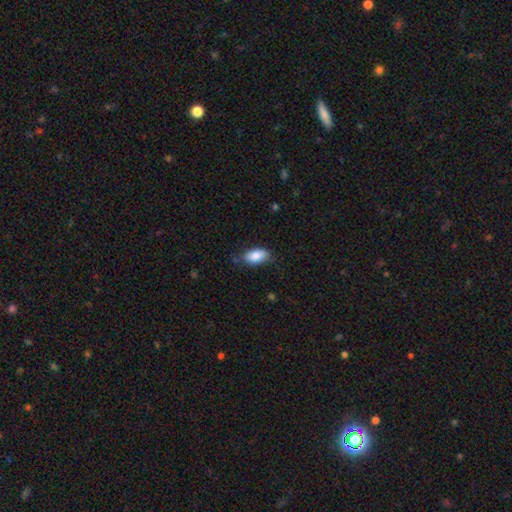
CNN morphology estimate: This appears to be a smooth galaxy with no disk features (85%) that is in between round and cigar-shaped (92%). Merging: none (73%).